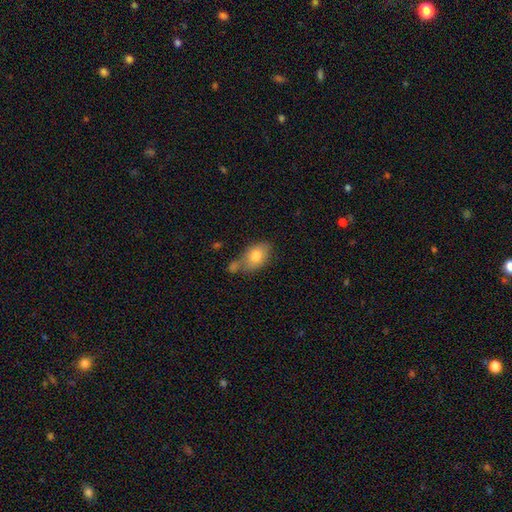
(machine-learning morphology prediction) This is likely a smooth galaxy (78%). How rounded: clearly in between (86%). Merging: possibly none (46%).